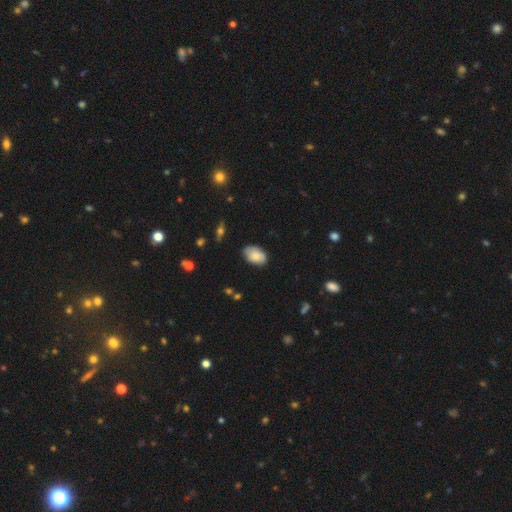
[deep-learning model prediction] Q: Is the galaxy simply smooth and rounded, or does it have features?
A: smooth — 83%.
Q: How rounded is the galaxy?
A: in between — 90%.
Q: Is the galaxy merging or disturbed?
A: none — 79%.